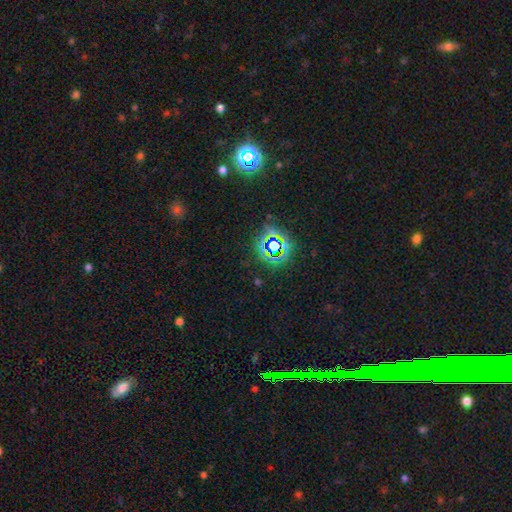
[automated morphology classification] Smooth or featured: star or artifact — 63% (smooth — 25%)